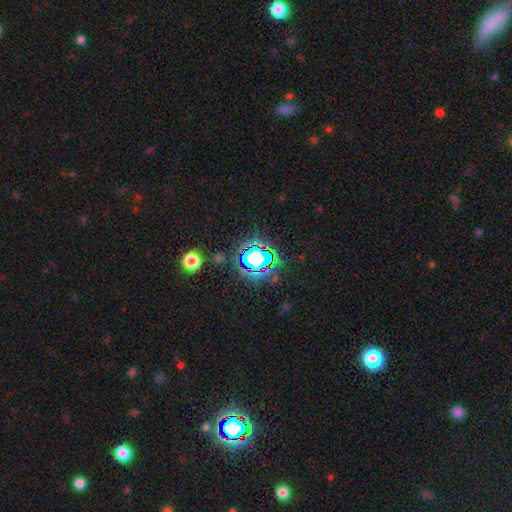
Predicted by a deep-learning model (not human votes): A star or artifact, not a galaxy (69%).